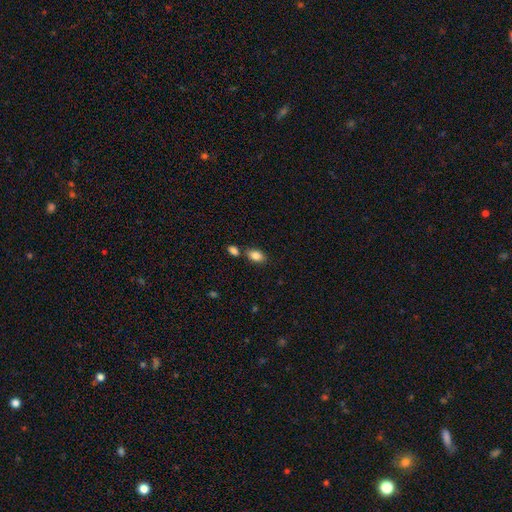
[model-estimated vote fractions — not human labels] smooth_or_featured: smooth (p=0.85) [alt: star or artifact p=0.08]
how_rounded: in between (p=0.88) [alt: round p=0.09]
merging: none (p=0.69) [alt: merger p=0.16]